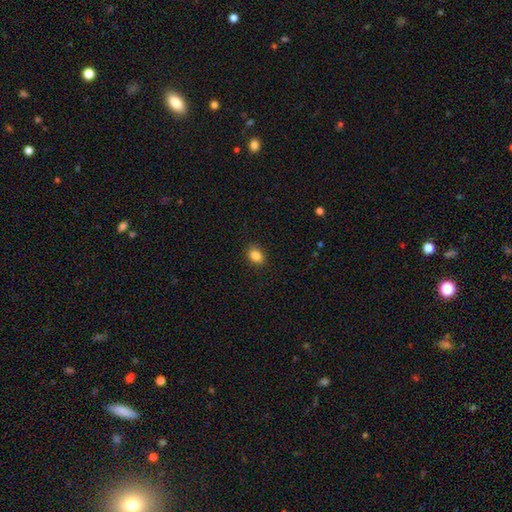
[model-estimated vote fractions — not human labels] Smooth or featured? Predicted: smooth (p=0.86). How rounded? Predicted: in between (p=0.67). Merging? Predicted: none (p=0.87).